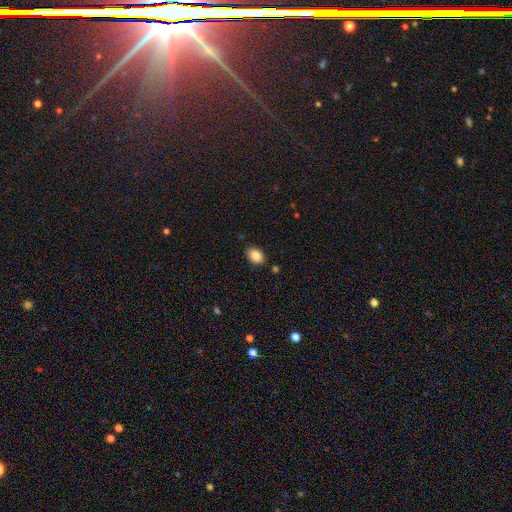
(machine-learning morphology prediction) Smooth or featured? Predicted: smooth (p=0.88). How rounded? Predicted: in between (p=0.80). Merging? Predicted: none (p=0.85).